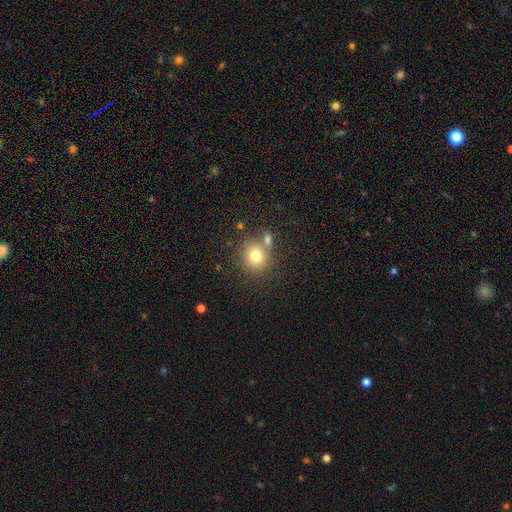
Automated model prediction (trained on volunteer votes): Q: Smooth or featured?
A: smooth (77%); runner-up: star or artifact (12%)
Q: How rounded?
A: round (83%); runner-up: in between (16%)
Q: Merging?
A: none (63%); runner-up: merger (23%)